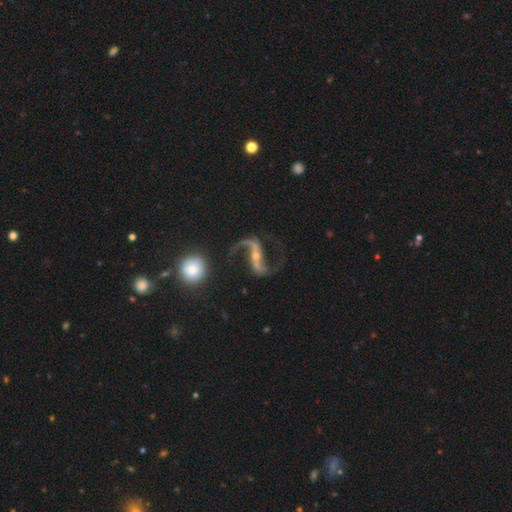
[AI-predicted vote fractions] smooth_or_featured: featured or disk (p=0.91) [alt: star or artifact p=0.05]
disk_edge_on: no (p=0.96) [alt: yes p=0.04]
bar: strong (p=0.46) [alt: weak p=0.29]
has_spiral_arms: yes (p=0.97) [alt: no p=0.03]
spiral_winding: loose (p=0.82) [alt: medium p=0.15]
spiral_arm_count: 2 (p=0.92) [alt: 1 p=0.04]
bulge_size: small (p=0.62) [alt: moderate p=0.32]
merging: none (p=0.70) [alt: minor disturbance p=0.13]